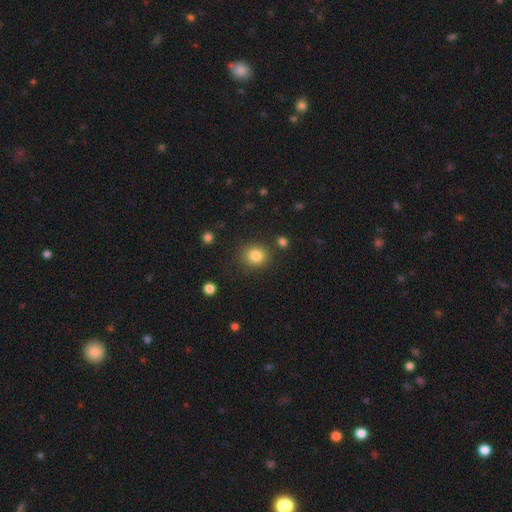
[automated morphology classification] A smooth galaxy with no disk features (83%) that is round (82%).

Vote fractions:
- Smooth or featured? smooth: 83% / star or artifact: 11% / featured or disk: 6%
- How rounded? round: 82% / in between: 17% / cigar-shaped: 1%
- Merging? none: 85% / minor disturbance: 9% / merger: 3% / major disturbance: 3%